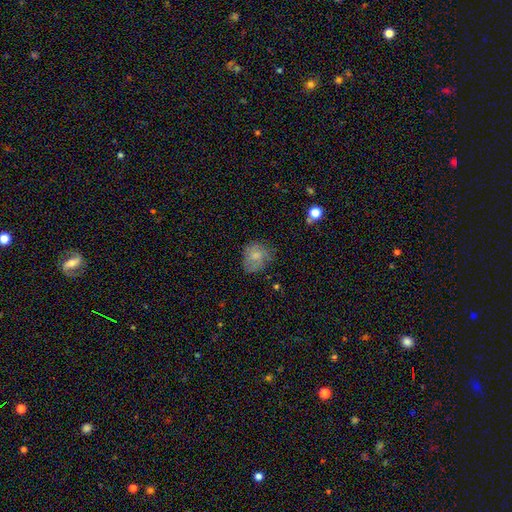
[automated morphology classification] smooth 70%, featured or disk 20%, star or artifact 10%. Down the decision tree: how rounded — round (61%); merging — none (60%).